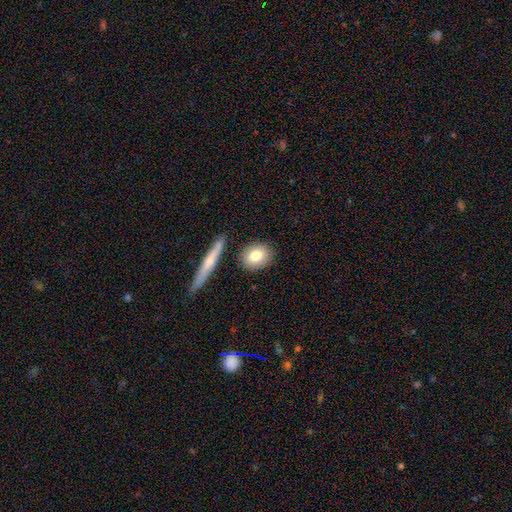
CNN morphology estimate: Smooth or featured: smooth — 78% (featured or disk — 15%)
How rounded: round — 50% (in between — 46%)
Merging: none — 82% (minor disturbance — 9%)